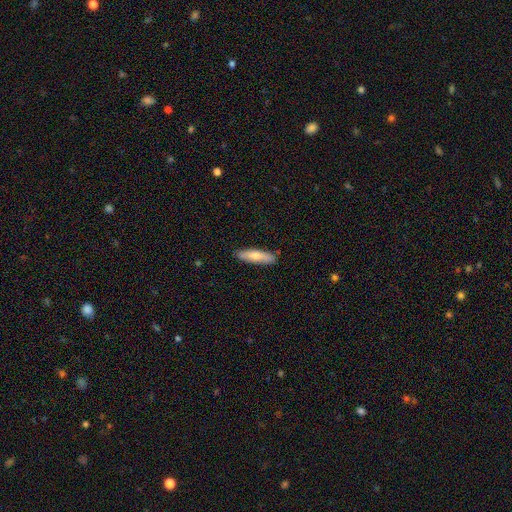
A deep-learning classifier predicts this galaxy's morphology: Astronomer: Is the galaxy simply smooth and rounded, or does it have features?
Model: smooth — 71%.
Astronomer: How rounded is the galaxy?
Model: cigar-shaped — 72%.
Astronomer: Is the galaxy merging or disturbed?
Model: none — 87%.